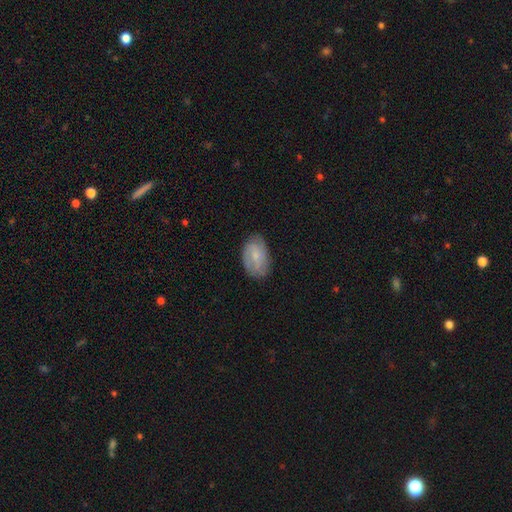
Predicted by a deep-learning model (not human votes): smooth_or_featured: smooth (p=0.52) [alt: featured or disk p=0.41]
how_rounded: in between (p=0.89) [alt: round p=0.09]
merging: none (p=0.73) [alt: minor disturbance p=0.21]